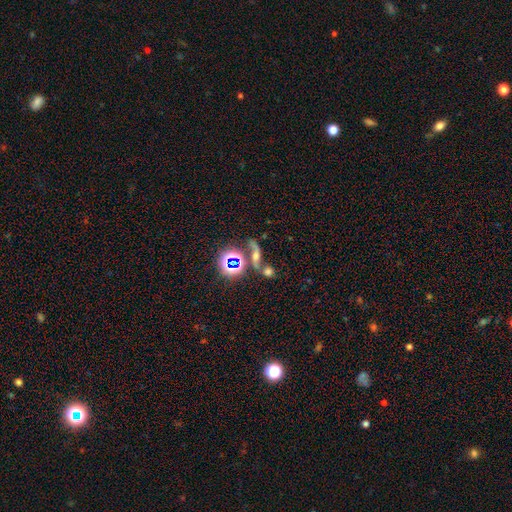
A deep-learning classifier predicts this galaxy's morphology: Smooth or featured? Predicted: featured or disk (p=0.39). Merging? Predicted: none (p=0.40).